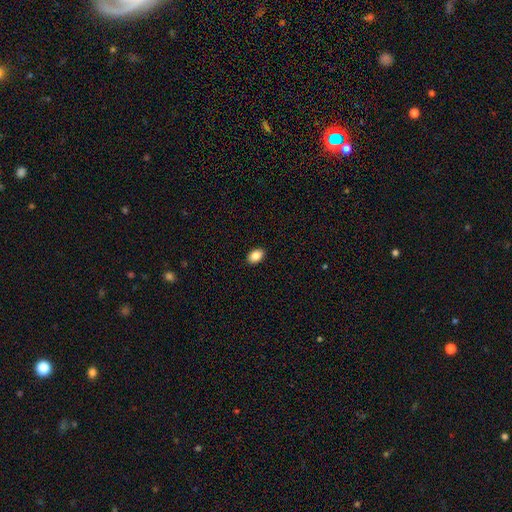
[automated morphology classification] smooth-or-featured: smooth: 87% | star or artifact: 8% | featured or disk: 5%
  how-rounded: in between: 85% | round: 14% | cigar-shaped: 1%
  merging: none: 90% | minor disturbance: 7% | major disturbance: 2% | merger: 1%